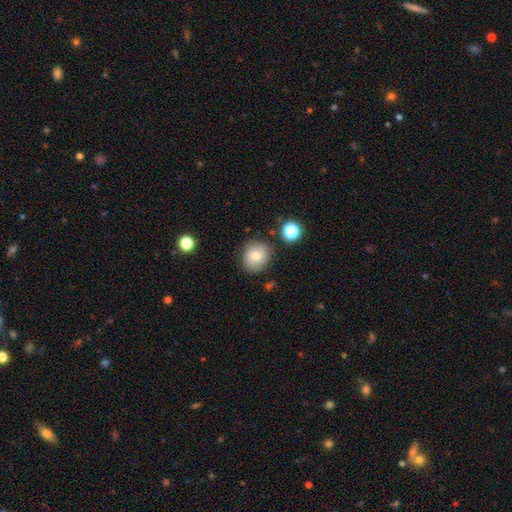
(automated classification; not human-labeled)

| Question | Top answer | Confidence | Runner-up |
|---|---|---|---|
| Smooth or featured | smooth | 75% | featured or disk (14%) |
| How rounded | round | 78% | in between (21%) |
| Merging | none | 79% | minor disturbance (14%) |